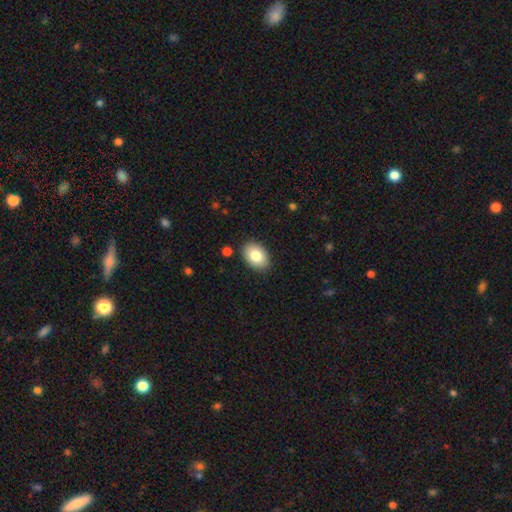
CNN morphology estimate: Smooth or featured? Predicted: smooth (p=0.83). How rounded? Predicted: in between (p=0.86). Merging? Predicted: none (p=0.88).